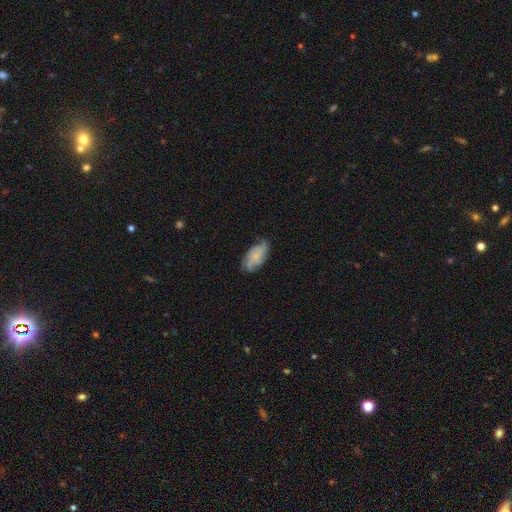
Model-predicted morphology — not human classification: A featured or disk galaxy (53%). Merging: none (67%).